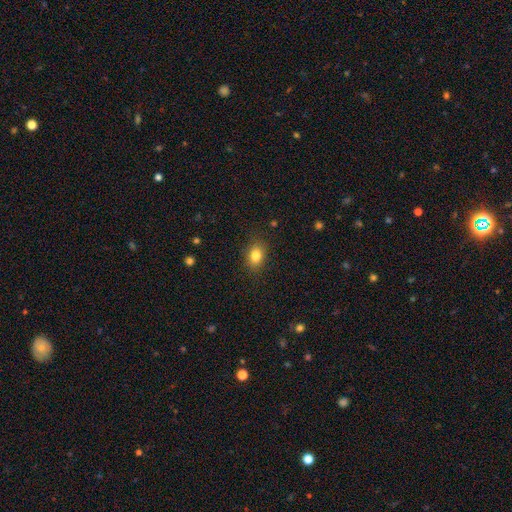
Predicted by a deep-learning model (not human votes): The model was most divided on "how rounded": in between: 72%, round: 26%, cigar-shaped: 2%. More confident: merging — none (86%); smooth or featured — smooth (82%).